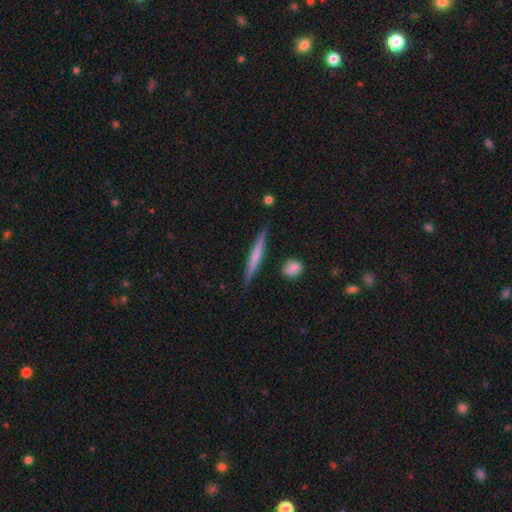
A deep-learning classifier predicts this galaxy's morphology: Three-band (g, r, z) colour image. It shows a smooth galaxy with no disk features (51%) that is cigar-shaped (94%). Merging: none (87%).